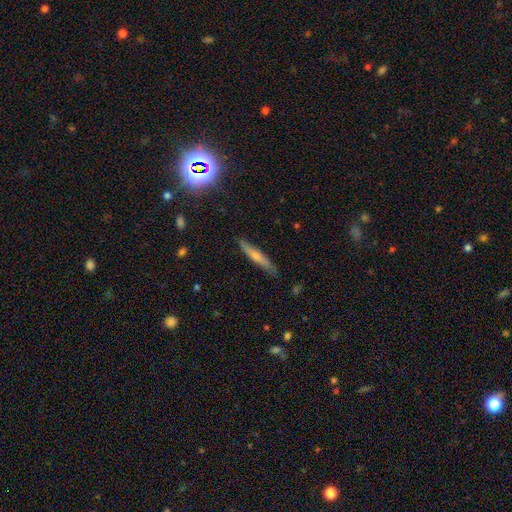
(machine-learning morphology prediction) Smooth or featured? featured or disk (46%)
Merging? none (87%)